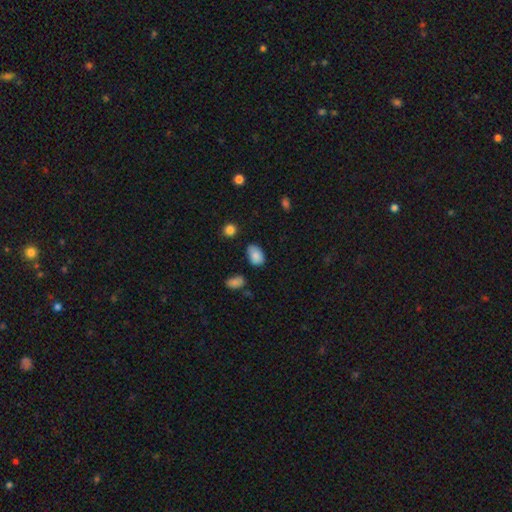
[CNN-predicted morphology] This is clearly a smooth galaxy (84%). How rounded: clearly in between (88%). Merging: likely none (68%).